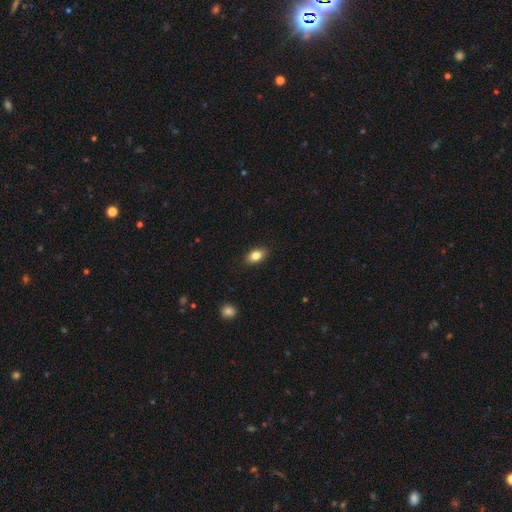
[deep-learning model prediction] Smooth or featured?
  - smooth: 82% *
  - featured or disk: 9%
  - star or artifact: 8%
How rounded?
  - in between: 87% *
  - round: 11%
  - cigar-shaped: 3%
Merging?
  - none: 88% *
  - minor disturbance: 9%
  - major disturbance: 2%
  - merger: 1%